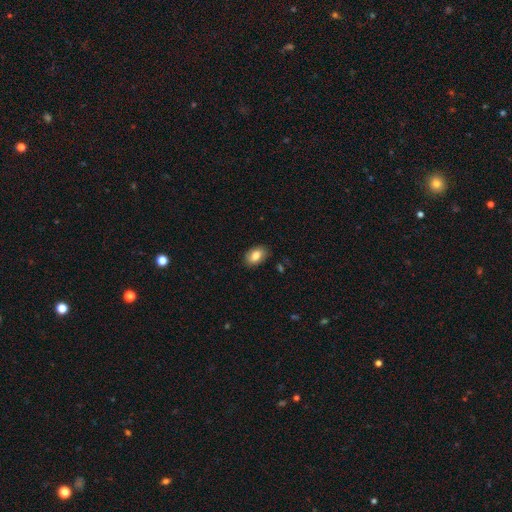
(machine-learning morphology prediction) Smooth or featured: smooth — 83% (featured or disk — 10%)
How rounded: in between — 86% (round — 12%)
Merging: none — 87% (minor disturbance — 10%)